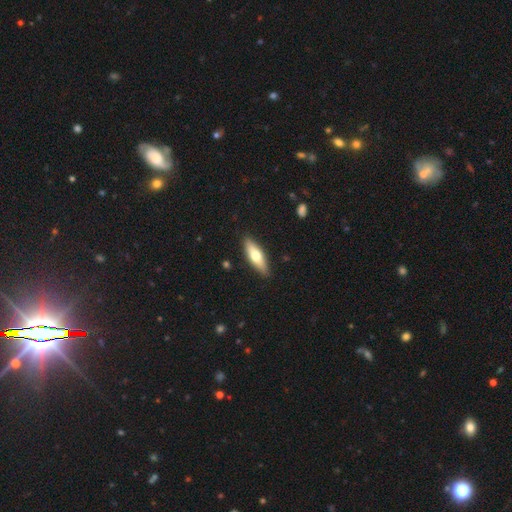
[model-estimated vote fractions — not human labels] This is possibly a smooth galaxy (57%). How rounded: possibly cigar-shaped (51%). Merging: clearly none (88%).